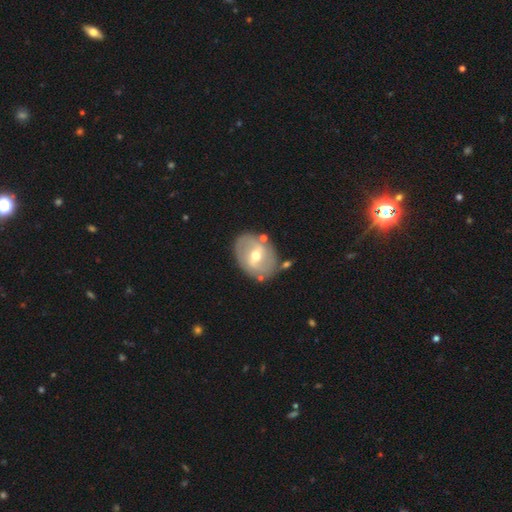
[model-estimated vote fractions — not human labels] This is likely a featured or disk galaxy (62%). It is clearly not viewed edge-on (95%). Bar: possibly weak (51%). Spiral arm pattern: possibly yes (53%). Central bulge: likely moderate (73%). Merging: likely none (77%).